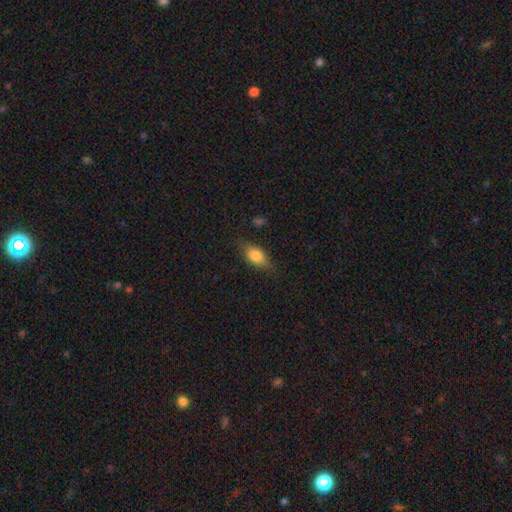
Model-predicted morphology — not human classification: The model was most divided on "merging": none: 76%, minor disturbance: 18%, major disturbance: 5%, merger: 1%. More confident: how rounded — in between (81%); smooth or featured — smooth (75%).